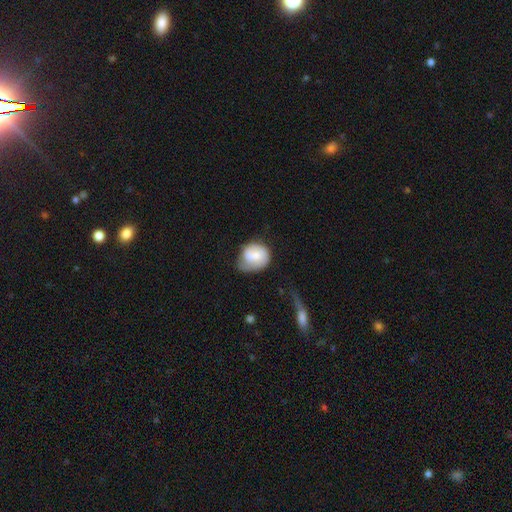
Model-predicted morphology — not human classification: Q: Smooth or featured?
A: smooth (63%); runner-up: featured or disk (30%)
Q: How rounded?
A: round (66%); runner-up: in between (33%)
Q: Merging?
A: none (38%); runner-up: minor disturbance (37%)